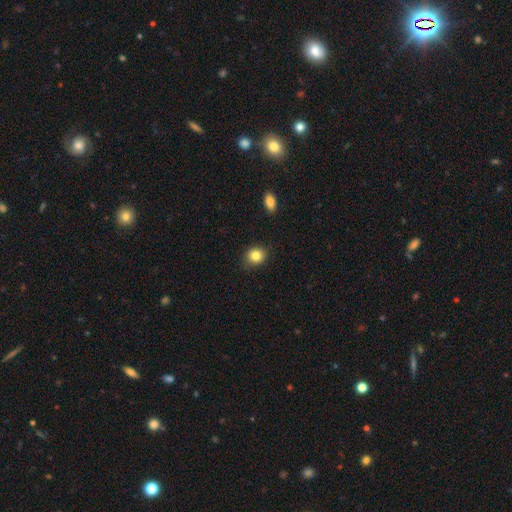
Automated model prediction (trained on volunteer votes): Smooth or featured? Predicted: smooth (p=0.83). How rounded? Predicted: round (p=0.69). Merging? Predicted: none (p=0.86).